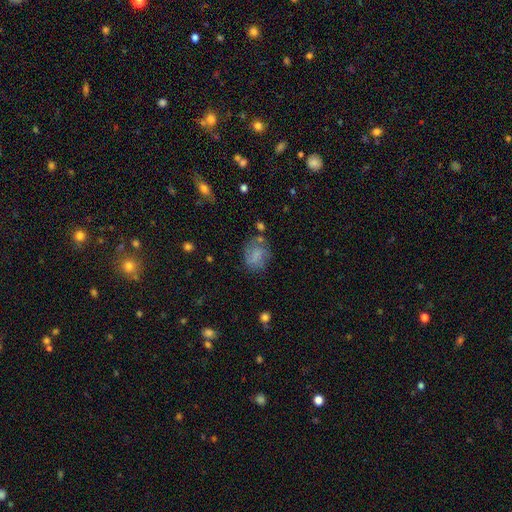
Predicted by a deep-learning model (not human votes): A smooth galaxy with no disk features (65%) that is in between round and cigar-shaped (52%).

Vote fractions:
- Smooth or featured? smooth: 65% / featured or disk: 25% / star or artifact: 10%
- How rounded? in between: 52% / round: 47% / cigar-shaped: 2%
- Merging? none: 58% / minor disturbance: 23% / major disturbance: 12% / merger: 7%